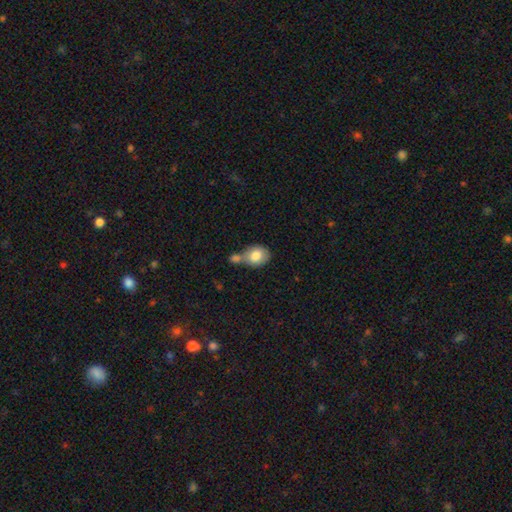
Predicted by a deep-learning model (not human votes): Morphology: type=smooth (81%); roundness=round (54%); merging=merger (47%).